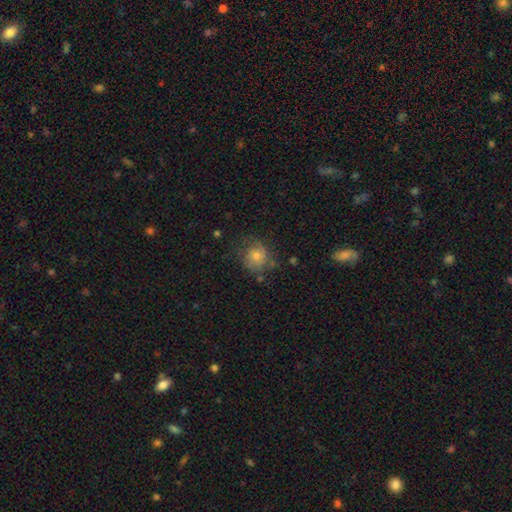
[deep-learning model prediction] Smooth or featured?
  - smooth: 51% *
  - featured or disk: 34%
  - star or artifact: 15%
How rounded?
  - round: 82% *
  - in between: 17%
  - cigar-shaped: 1%
Merging?
  - none: 68% *
  - minor disturbance: 20%
  - major disturbance: 9%
  - merger: 3%